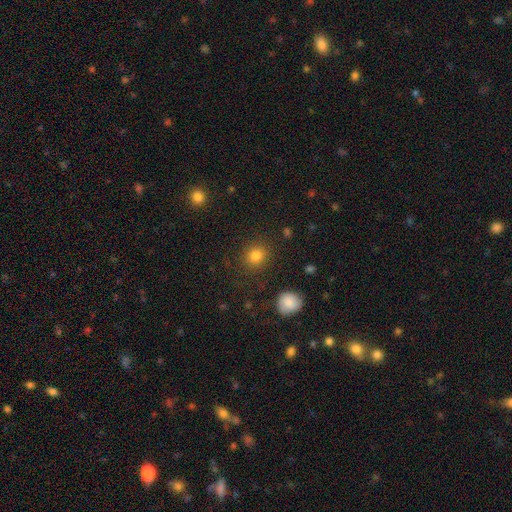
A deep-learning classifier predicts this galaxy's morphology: The model was most divided on "smooth or featured": smooth: 82%, star or artifact: 12%, featured or disk: 5%. More confident: merging — none (87%); how rounded — round (85%).